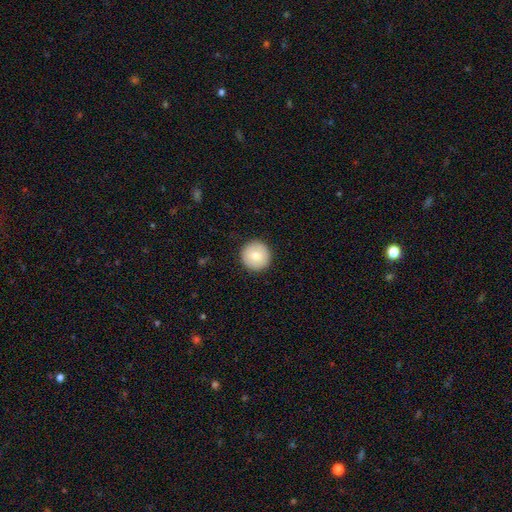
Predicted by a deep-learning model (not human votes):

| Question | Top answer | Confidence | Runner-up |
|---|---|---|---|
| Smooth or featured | smooth | 77% | featured or disk (15%) |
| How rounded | round | 96% | in between (3%) |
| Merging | none | 92% | minor disturbance (5%) |